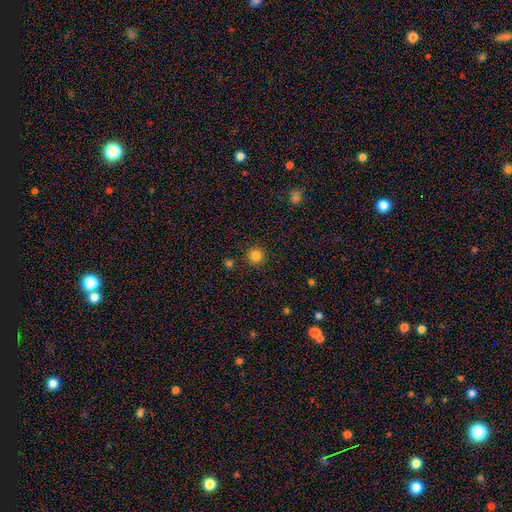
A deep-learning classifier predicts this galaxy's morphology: This appears to be a smooth galaxy with no disk features (83%) that is round (95%). Merging: none (90%).